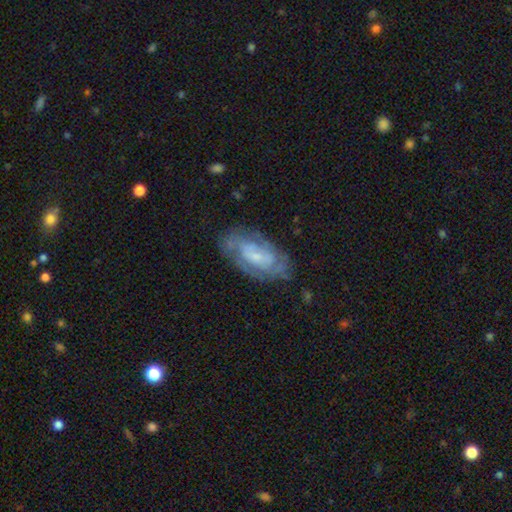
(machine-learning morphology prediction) This is likely a featured or disk galaxy (72%). It is clearly not viewed edge-on (93%). Bar: possibly no (55%). Spiral arm pattern: clearly yes (81%). Spiral arm count: marginally can't tell (43%). Spiral winding: possibly tight (54%). Central bulge: likely small (64%). Merging: likely none (69%).